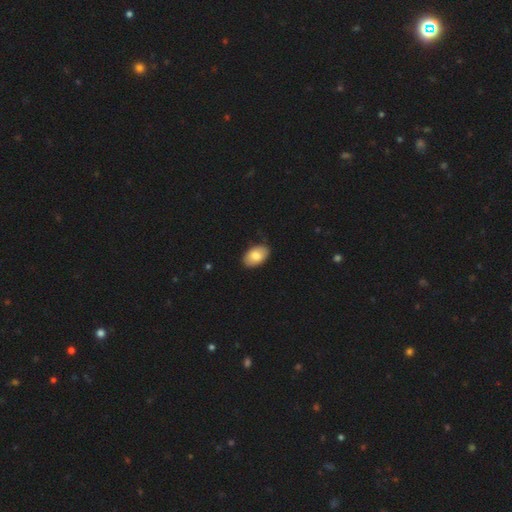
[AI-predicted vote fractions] This appears to be a smooth galaxy with no disk features (80%) that is in between round and cigar-shaped (92%). Merging: none (86%).